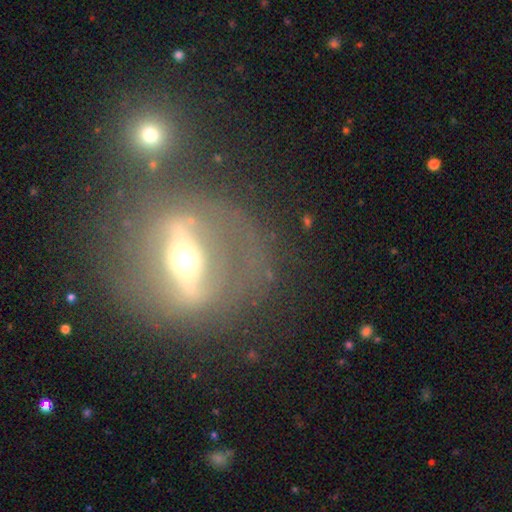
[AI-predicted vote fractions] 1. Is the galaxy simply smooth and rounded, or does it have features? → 75% featured or disk, 16% smooth, 10% star or artifact.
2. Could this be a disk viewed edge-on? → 68% no, 32% yes.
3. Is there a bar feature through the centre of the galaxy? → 72% strong, 15% weak, 13% no.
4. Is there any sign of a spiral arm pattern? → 70% no, 30% yes.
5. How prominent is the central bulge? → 61% moderate, 29% small, 7% large, 2% dominant, 1% none.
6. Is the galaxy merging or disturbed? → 64% none, 14% major disturbance, 14% minor disturbance, 7% merger.